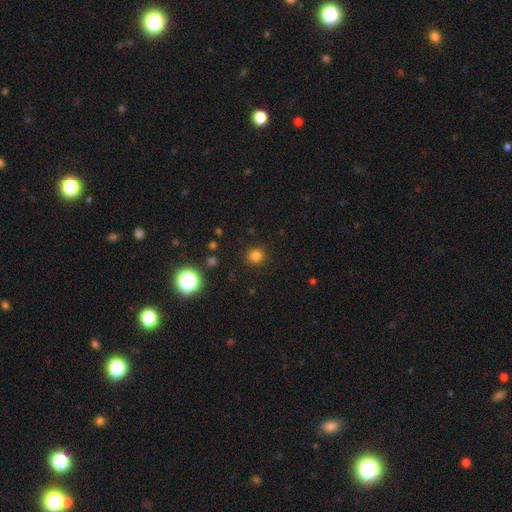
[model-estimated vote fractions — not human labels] The model was most divided on "smooth or featured": smooth: 80%, star or artifact: 15%, featured or disk: 5%. More confident: how rounded — round (93%); merging — none (91%).